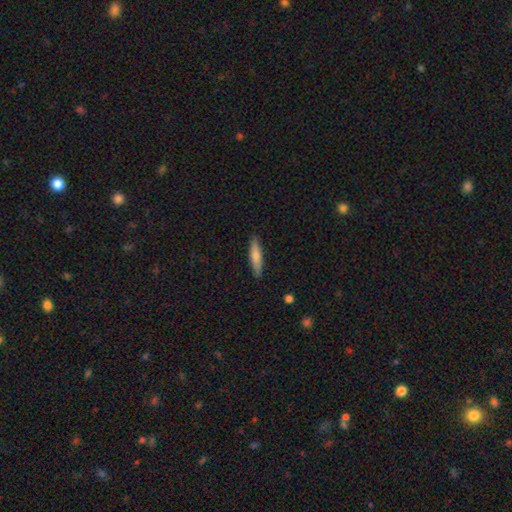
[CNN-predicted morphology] This appears to be a smooth galaxy with no disk features (74%) that is cigar-shaped (83%). Merging: none (89%).